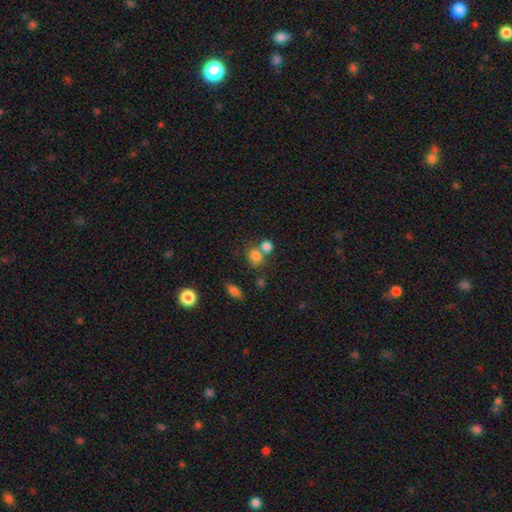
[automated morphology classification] Smooth or featured? Predicted: smooth (p=0.79). How rounded? Predicted: round (p=0.69). Merging? Predicted: none (p=0.47).